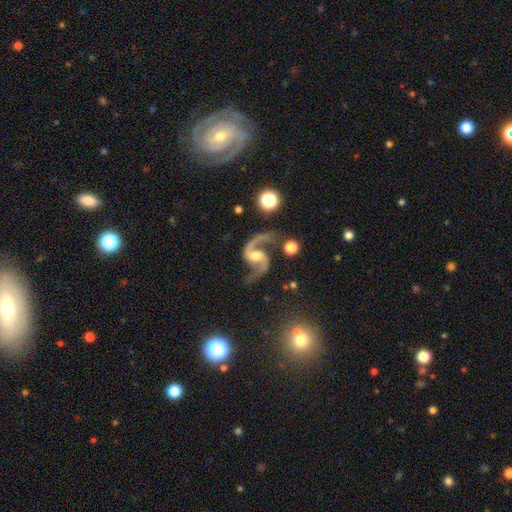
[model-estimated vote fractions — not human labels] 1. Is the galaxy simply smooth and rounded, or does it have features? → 92% featured or disk, 5% star or artifact, 3% smooth.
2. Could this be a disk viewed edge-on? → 98% no, 2% yes.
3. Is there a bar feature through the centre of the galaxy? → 43% no, 42% weak, 16% strong.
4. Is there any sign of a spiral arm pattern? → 98% yes, 2% no.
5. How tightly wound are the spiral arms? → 62% loose, 33% medium, 5% tight.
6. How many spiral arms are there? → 94% 2, 2% 1, 1% can't tell, 1% 3, 1% 4, 1% more than 4.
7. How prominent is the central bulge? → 58% moderate, 24% small, 11% large, 5% none, 2% dominant.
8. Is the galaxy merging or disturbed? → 70% none, 16% minor disturbance, 10% major disturbance, 4% merger.